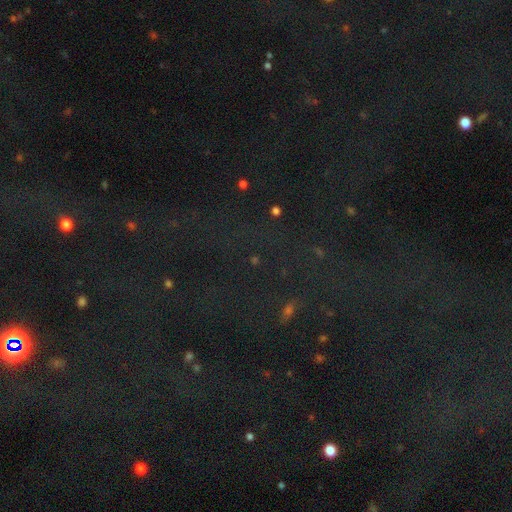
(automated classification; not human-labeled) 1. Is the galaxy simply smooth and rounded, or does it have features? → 78% star or artifact, 13% smooth, 9% featured or disk.